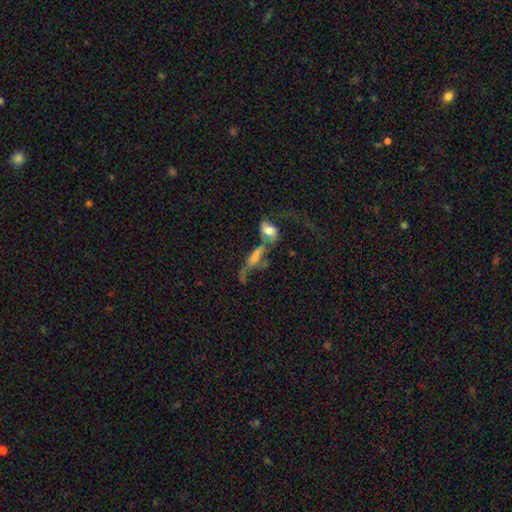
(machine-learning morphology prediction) This appears to be a featured or disk galaxy (51%). Merging: merger (53%).